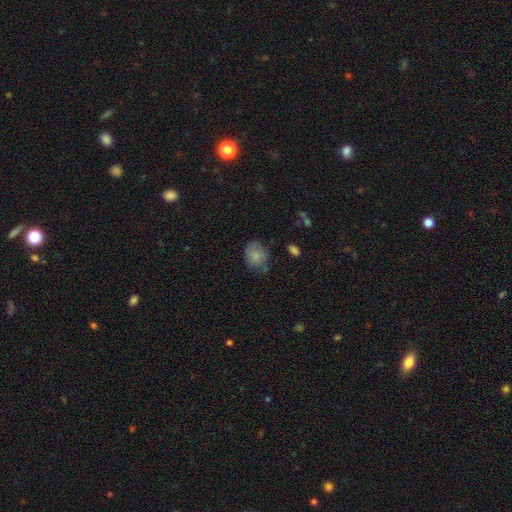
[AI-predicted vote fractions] A smooth galaxy with no disk features (81%) that is round (50%). Merging: none (59%).